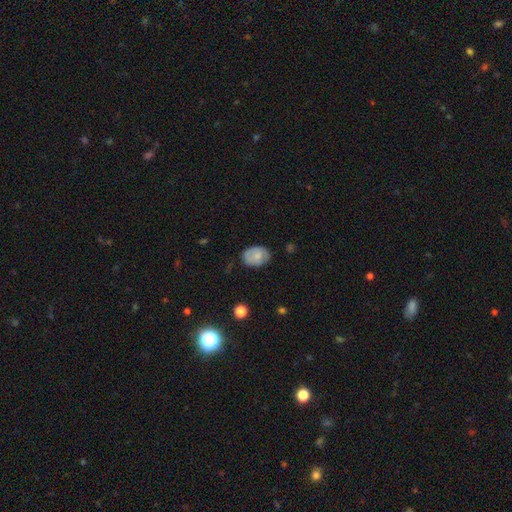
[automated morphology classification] Smooth or featured?
  - smooth: 67% *
  - featured or disk: 25%
  - star or artifact: 8%
How rounded?
  - in between: 73% *
  - round: 26%
  - cigar-shaped: 1%
Merging?
  - none: 69% *
  - minor disturbance: 24%
  - major disturbance: 6%
  - merger: 1%